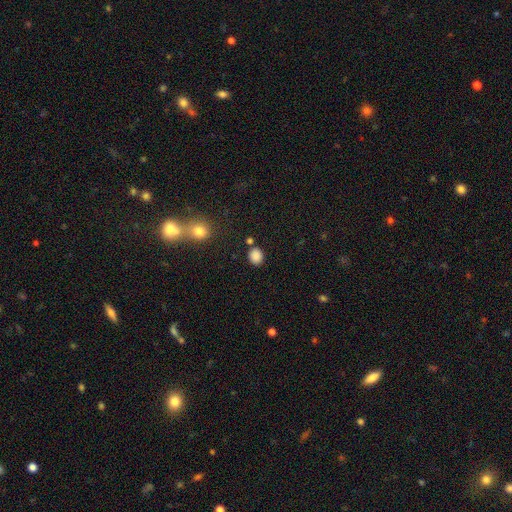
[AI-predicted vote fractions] This is clearly a smooth galaxy (86%). How rounded: likely round (65%). Merging: clearly none (81%).